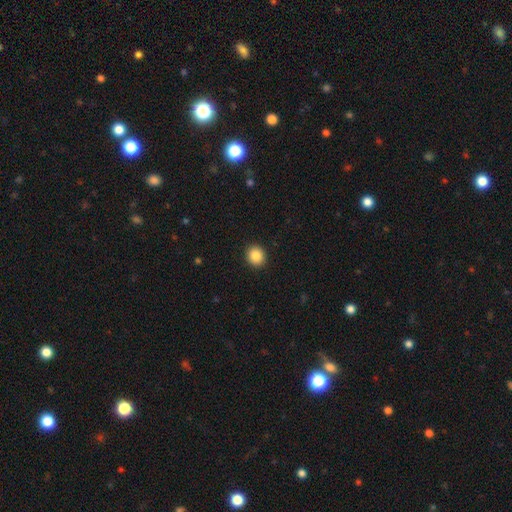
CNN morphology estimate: Smooth or featured: smooth — 86% (star or artifact — 9%)
How rounded: round — 81% (in between — 18%)
Merging: none — 92% (minor disturbance — 5%)